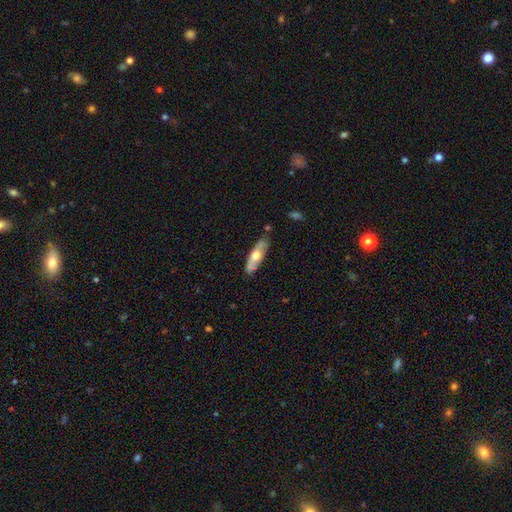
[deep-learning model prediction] This is possibly a smooth galaxy (48%). Merging: likely none (78%).